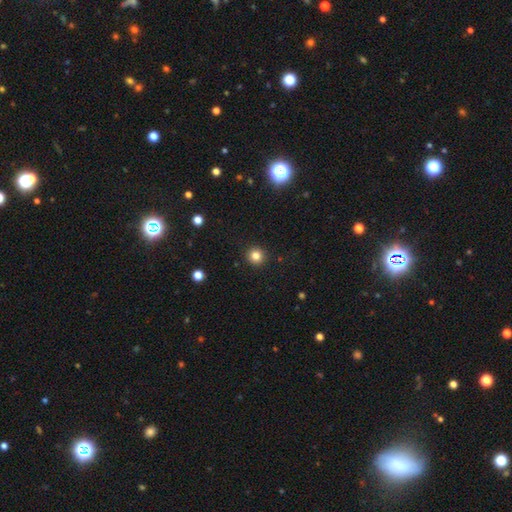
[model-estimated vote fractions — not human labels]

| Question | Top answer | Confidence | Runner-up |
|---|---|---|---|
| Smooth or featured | smooth | 82% | star or artifact (13%) |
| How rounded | round | 95% | in between (4%) |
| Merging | none | 93% | minor disturbance (5%) |